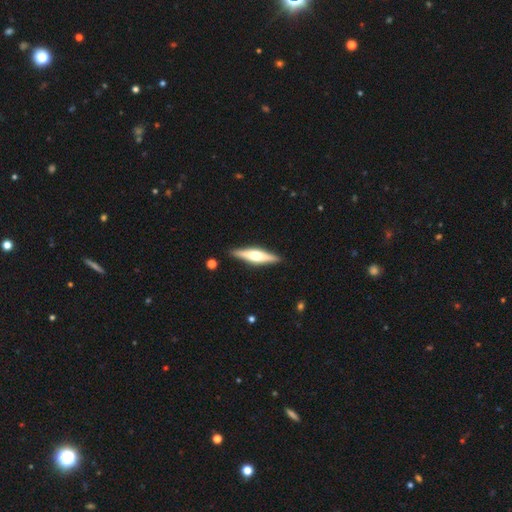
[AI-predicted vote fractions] A featured or disk galaxy (65%) viewed edge-on (96%) with a rounded central bulge (90%).

Vote fractions:
- Smooth or featured? featured or disk: 65% / smooth: 30% / star or artifact: 5%
- Edge-on disk? yes: 96% / no: 4%
- Edge-on bulge? rounded: 90% / boxy: 8% / none: 2%
- Merging? none: 89% / minor disturbance: 8% / major disturbance: 2% / merger: 1%